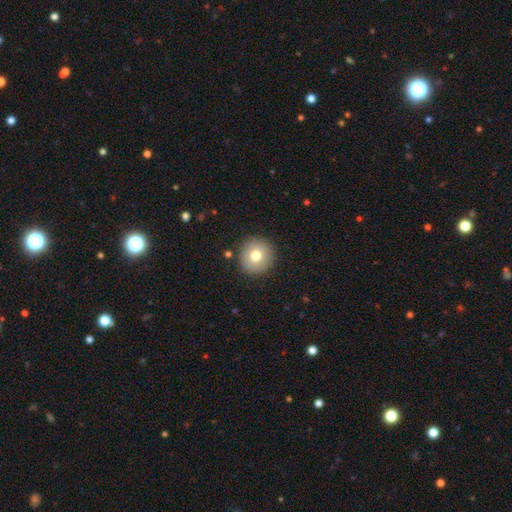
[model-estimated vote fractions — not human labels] A smooth galaxy with no disk features (76%) that is round (94%).

Vote fractions:
- Smooth or featured? smooth: 76% / featured or disk: 14% / star or artifact: 10%
- How rounded? round: 94% / in between: 5% / cigar-shaped: 1%
- Merging? none: 90% / minor disturbance: 6% / major disturbance: 2% / merger: 1%